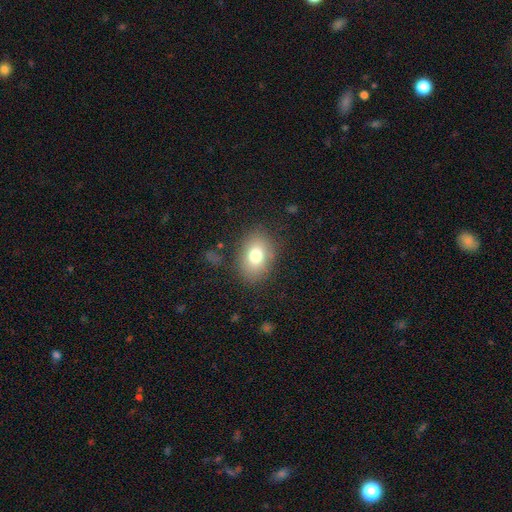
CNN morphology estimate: smooth 77%, featured or disk 13%, star or artifact 10%. Down the decision tree: how rounded — in between (75%); merging — none (82%).